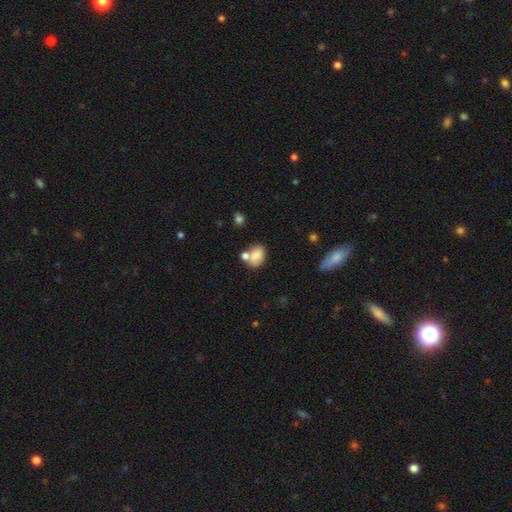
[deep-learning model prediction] Overall: smooth (79%). How rounded: in between (71%). Merging: none (45%; merger 33%).